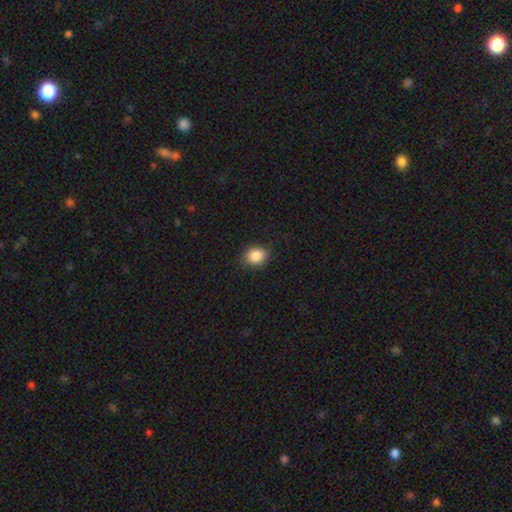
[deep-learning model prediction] Smooth or featured? Predicted: smooth (p=0.87). How rounded? Predicted: round (p=0.52). Merging? Predicted: none (p=0.86).